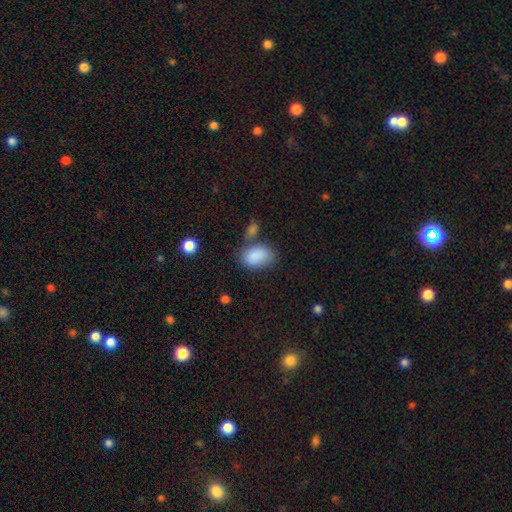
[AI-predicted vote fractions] Smooth or featured? smooth (86%)
How rounded? in between (87%)
Merging? none (51%)